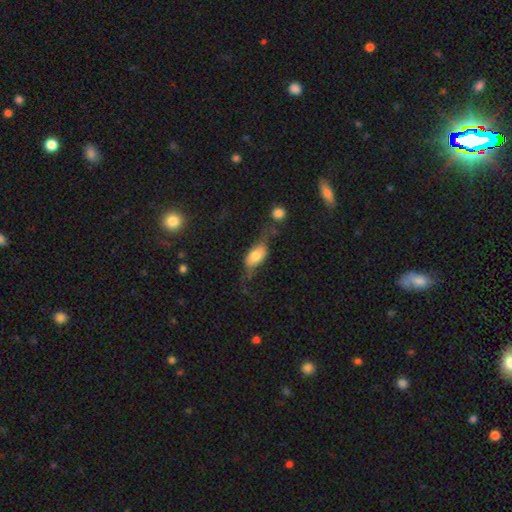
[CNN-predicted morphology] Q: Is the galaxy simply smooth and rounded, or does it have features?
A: smooth — 56%.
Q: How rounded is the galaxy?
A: in between — 82%.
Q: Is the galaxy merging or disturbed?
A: none — 34%.